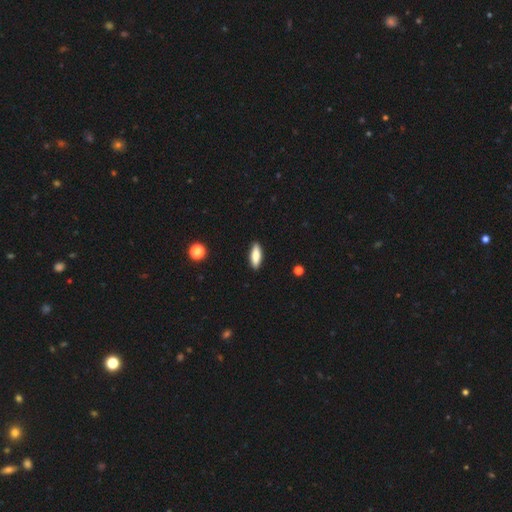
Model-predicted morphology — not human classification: Q: Smooth or featured?
A: smooth (78%); runner-up: featured or disk (16%)
Q: How rounded?
A: in between (52%); runner-up: cigar-shaped (46%)
Q: Merging?
A: none (89%); runner-up: minor disturbance (8%)